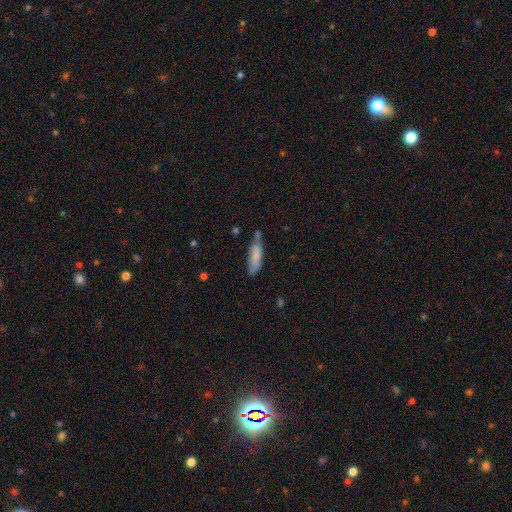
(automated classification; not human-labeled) Morphology: type=smooth (79%); roundness=cigar-shaped (57%); merging=none (52%).